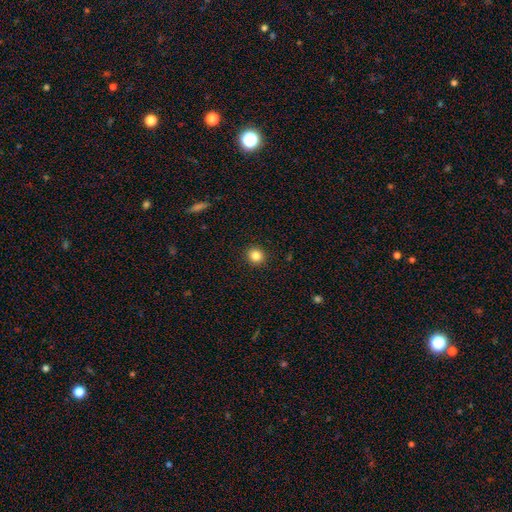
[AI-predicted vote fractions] Smooth or featured?
  - smooth: 84% *
  - star or artifact: 11%
  - featured or disk: 5%
How rounded?
  - round: 90% *
  - in between: 9%
  - cigar-shaped: 1%
Merging?
  - none: 93% *
  - minor disturbance: 5%
  - major disturbance: 2%
  - merger: 1%